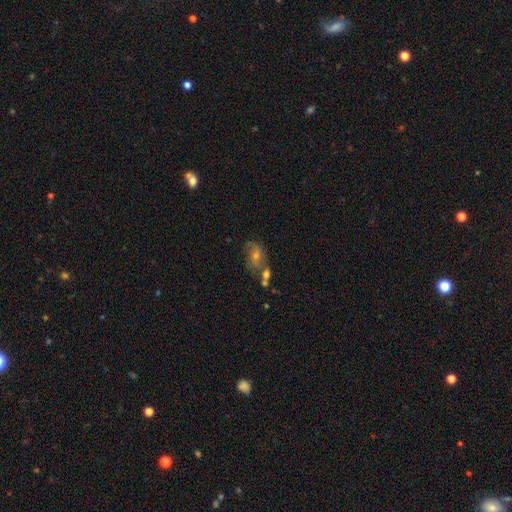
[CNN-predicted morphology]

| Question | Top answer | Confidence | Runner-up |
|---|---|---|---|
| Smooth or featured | featured or disk | 54% | smooth (29%) |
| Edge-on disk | no | 95% | yes (5%) |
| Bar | no | 68% | weak (26%) |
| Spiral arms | yes | 76% | no (24%) |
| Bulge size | moderate | 51% | small (41%) |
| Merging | none | 50% | minor disturbance (20%) |